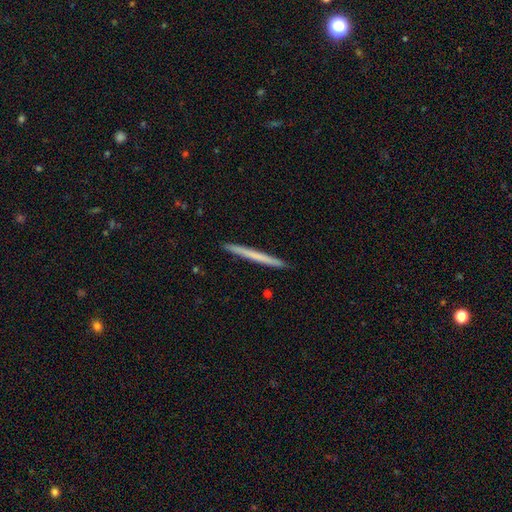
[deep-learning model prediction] smooth_or_featured: smooth (p=0.58) [alt: featured or disk p=0.37]
how_rounded: cigar-shaped (p=0.97) [alt: in between p=0.01]
merging: none (p=0.93) [alt: minor disturbance p=0.05]